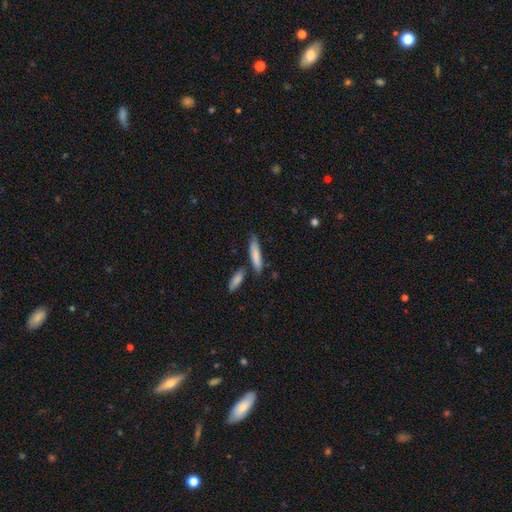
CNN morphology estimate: A smooth galaxy with no disk features (79%) that is cigar-shaped (79%). Merging: none (70%).